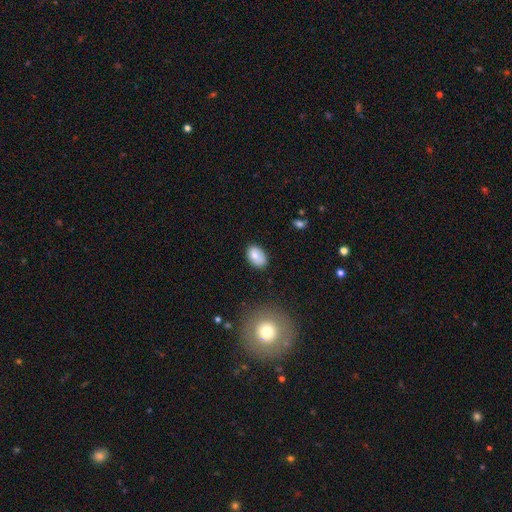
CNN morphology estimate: Smooth or featured: smooth — 83% (featured or disk — 9%)
How rounded: in between — 89% (round — 10%)
Merging: none — 78% (minor disturbance — 17%)